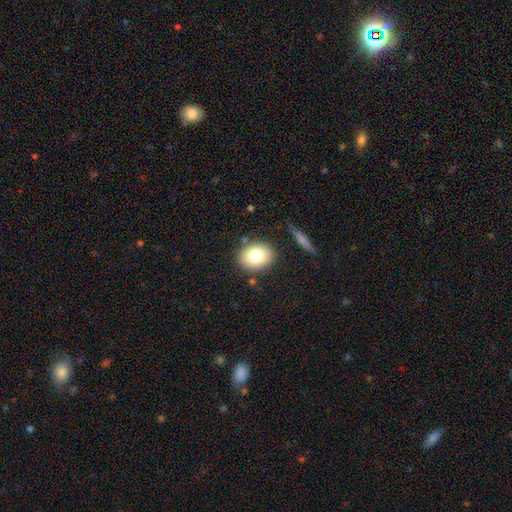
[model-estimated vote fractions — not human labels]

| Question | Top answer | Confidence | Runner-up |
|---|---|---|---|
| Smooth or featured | smooth | 77% | featured or disk (14%) |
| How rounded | round | 53% | in between (46%) |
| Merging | none | 84% | minor disturbance (10%) |